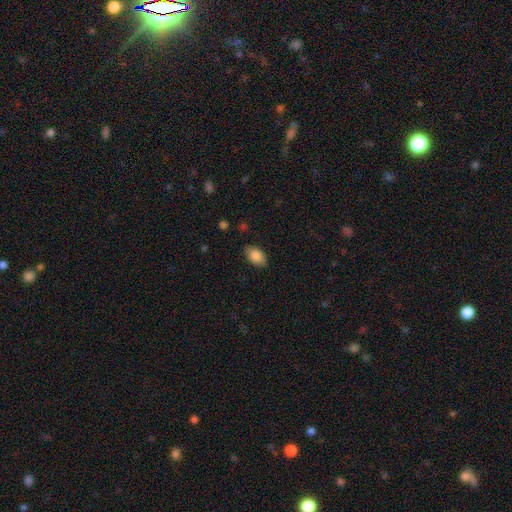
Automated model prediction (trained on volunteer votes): This appears to be a smooth galaxy with no disk features (85%) that is in between round and cigar-shaped (90%). Merging: none (84%).